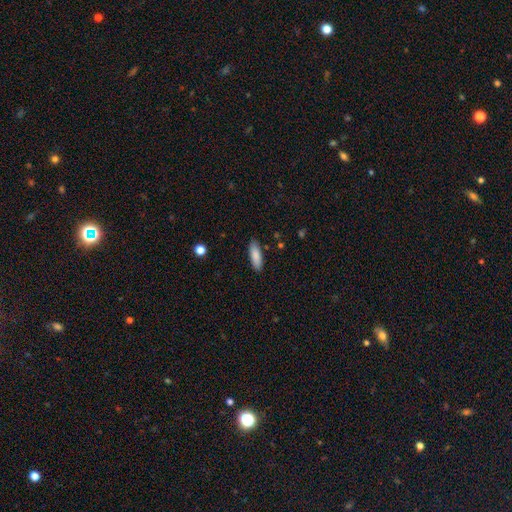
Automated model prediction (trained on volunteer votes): smooth 87%, featured or disk 7%, star or artifact 6%. Down the decision tree: how rounded — in between (55%); merging — none (87%).